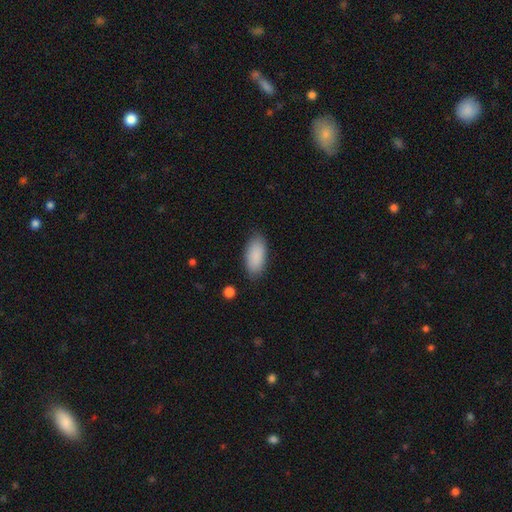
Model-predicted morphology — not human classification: Overall: smooth (89%). How rounded: in between (90%). Merging: none (83%).